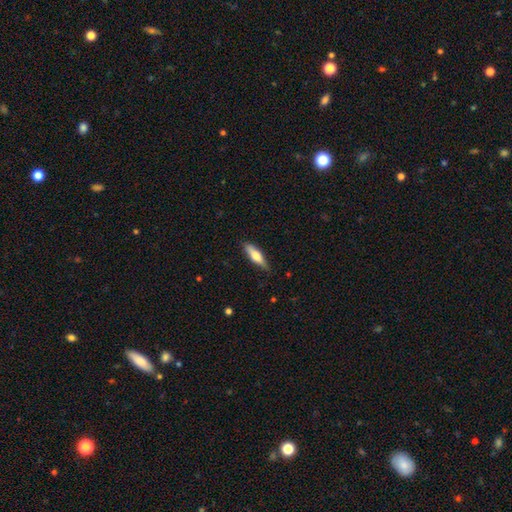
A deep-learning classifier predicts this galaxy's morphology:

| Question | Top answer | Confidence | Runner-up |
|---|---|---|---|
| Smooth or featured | smooth | 59% | featured or disk (35%) |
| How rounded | cigar-shaped | 63% | in between (35%) |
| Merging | none | 81% | minor disturbance (15%) |